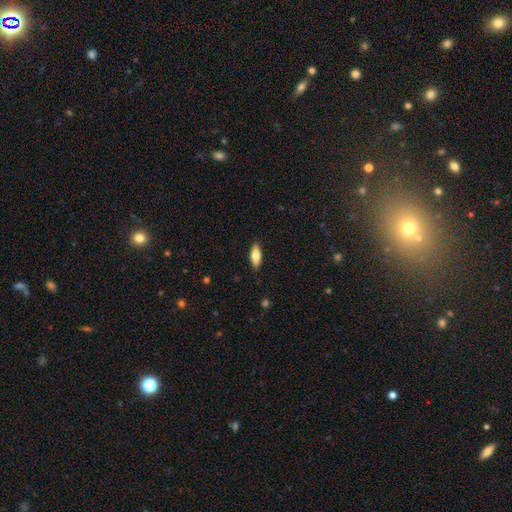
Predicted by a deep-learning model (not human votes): A smooth galaxy with no disk features (76%) that is in between round and cigar-shaped (77%). Merging: none (88%).